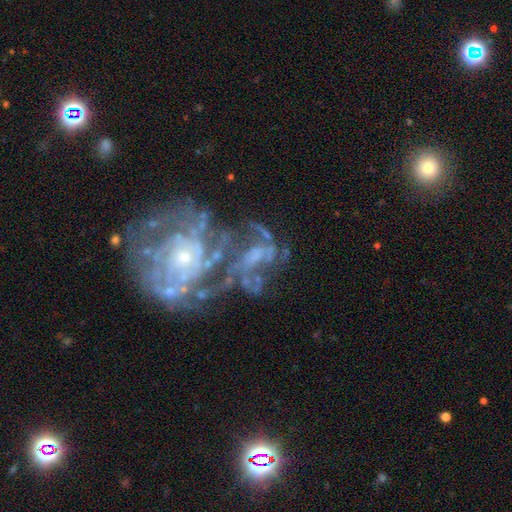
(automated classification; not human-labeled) Smooth or featured?
  - featured or disk: 82% *
  - star or artifact: 10%
  - smooth: 8%
Edge-on disk?
  - no: 97% *
  - yes: 3%
Bar?
  - no: 75% *
  - weak: 18%
  - strong: 7%
Spiral arms?
  - yes: 80% *
  - no: 20%
Spiral winding?
  - tight: 51% *
  - medium: 31%
  - loose: 18%
Spiral arm count?
  - can't tell: 39% *
  - 3: 17%
  - 4: 14%
  - 2: 13%
  - more than 4: 10%
  - 1: 7%
Bulge size?
  - small: 57% *
  - moderate: 28%
  - none: 10%
  - large: 3%
  - dominant: 2%
Merging?
  - none: 33% *
  - major disturbance: 28%
  - merger: 25%
  - minor disturbance: 15%